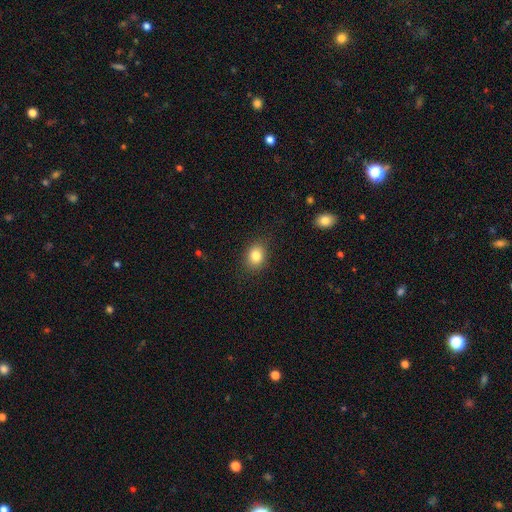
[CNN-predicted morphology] This appears to be a smooth galaxy with no disk features (82%) that is in between round and cigar-shaped (50%). Merging: none (85%).